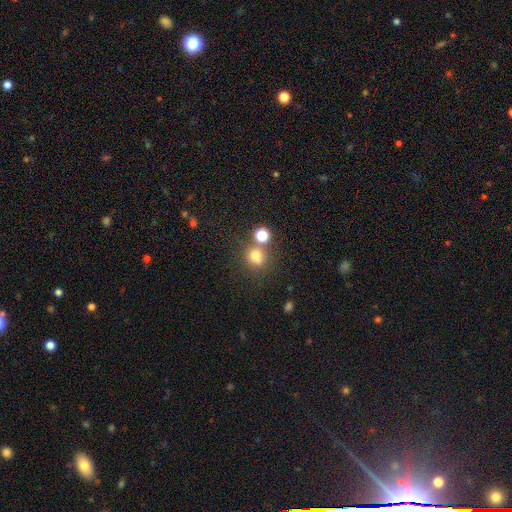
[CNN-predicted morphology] Q: Smooth or featured?
A: smooth (72%); runner-up: star or artifact (18%)
Q: How rounded?
A: round (80%); runner-up: in between (19%)
Q: Merging?
A: none (58%); runner-up: merger (27%)